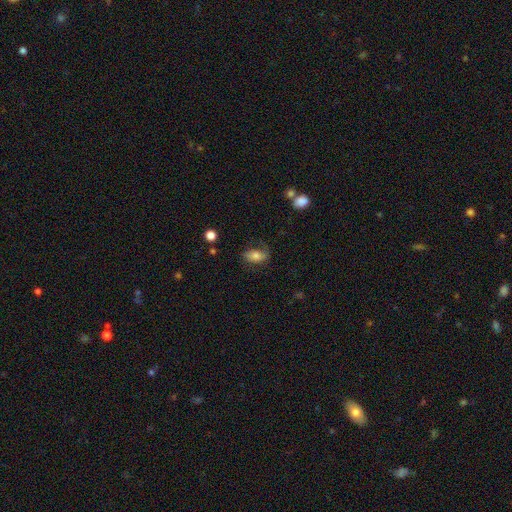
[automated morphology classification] Smooth or featured? smooth (66%)
How rounded? in between (86%)
Merging? none (63%)